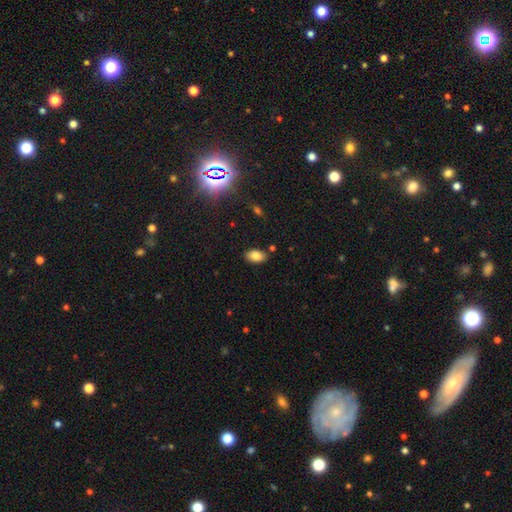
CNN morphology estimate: Smooth or featured?
  - smooth: 82% *
  - star or artifact: 10%
  - featured or disk: 8%
How rounded?
  - in between: 92% *
  - round: 6%
  - cigar-shaped: 2%
Merging?
  - none: 84% *
  - minor disturbance: 10%
  - merger: 3%
  - major disturbance: 2%